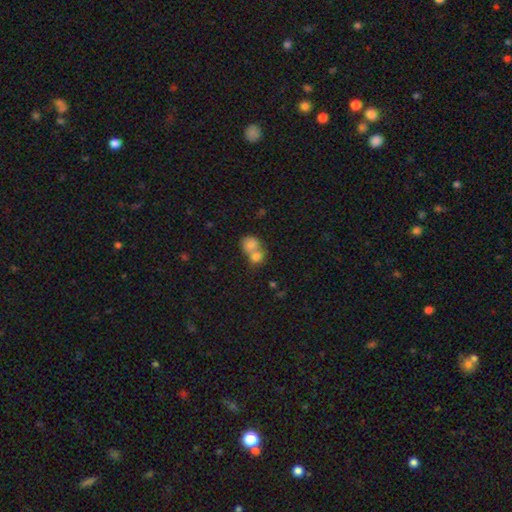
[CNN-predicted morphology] Q: Smooth or featured?
A: smooth (79%); runner-up: featured or disk (12%)
Q: How rounded?
A: round (65%); runner-up: in between (34%)
Q: Merging?
A: merger (67%); runner-up: none (24%)